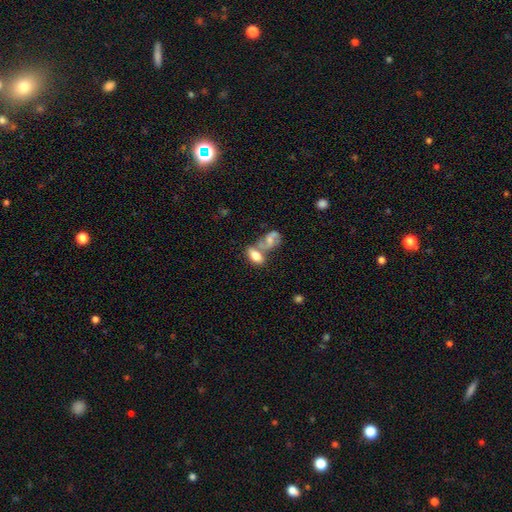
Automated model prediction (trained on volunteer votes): This is likely a smooth galaxy (70%). How rounded: clearly in between (87%). Merging: possibly merger (49%).